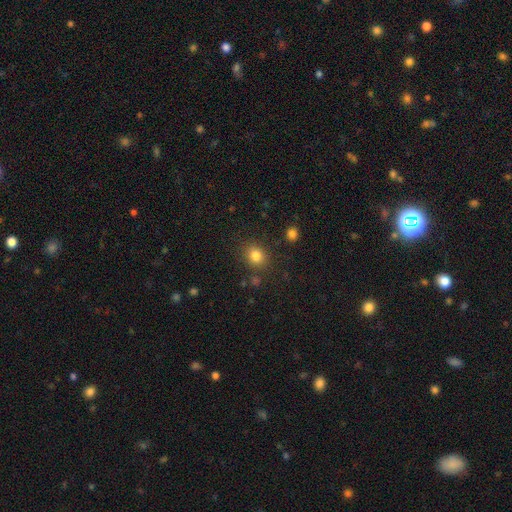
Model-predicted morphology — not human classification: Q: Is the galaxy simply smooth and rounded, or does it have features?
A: smooth — 82%.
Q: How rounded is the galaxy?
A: round — 68%.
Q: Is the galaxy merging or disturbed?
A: none — 84%.